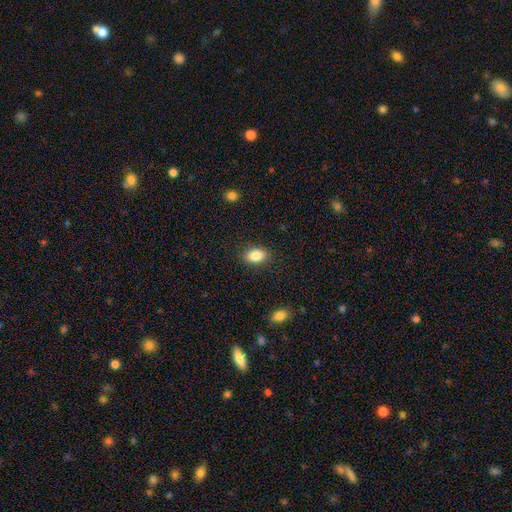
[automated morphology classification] Smooth or featured? Predicted: smooth (p=0.86). How rounded? Predicted: in between (p=0.86). Merging? Predicted: none (p=0.87).